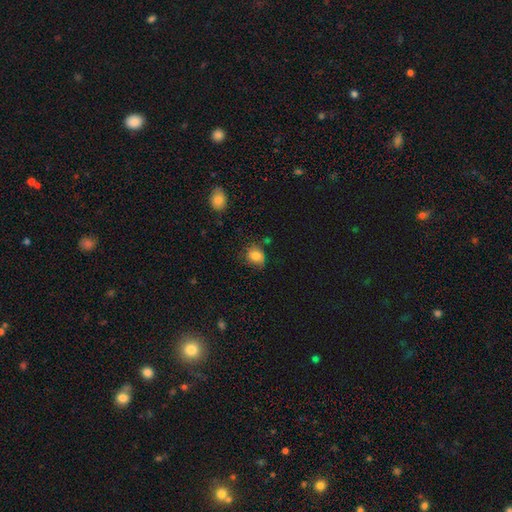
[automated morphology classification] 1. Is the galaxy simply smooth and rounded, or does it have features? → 77% smooth, 14% featured or disk, 10% star or artifact.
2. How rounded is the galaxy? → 55% round, 44% in between, 1% cigar-shaped.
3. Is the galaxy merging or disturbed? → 60% none, 28% minor disturbance, 9% major disturbance, 4% merger.